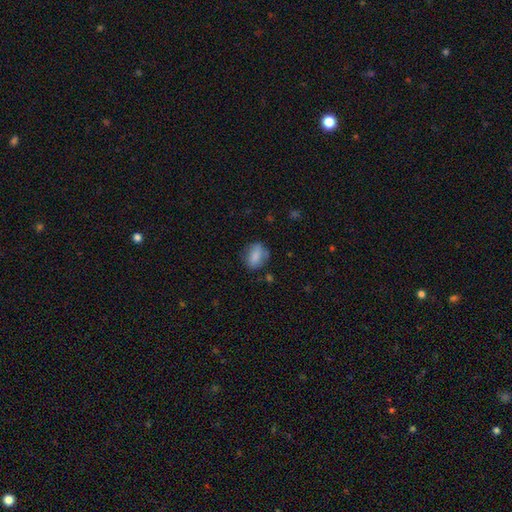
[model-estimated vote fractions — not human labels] A smooth galaxy with no disk features (80%) that is in between round and cigar-shaped (72%).

Vote fractions:
- Smooth or featured? smooth: 80% / featured or disk: 12% / star or artifact: 8%
- How rounded? in between: 72% / round: 22% / cigar-shaped: 6%
- Merging? none: 70% / minor disturbance: 21% / major disturbance: 6% / merger: 3%